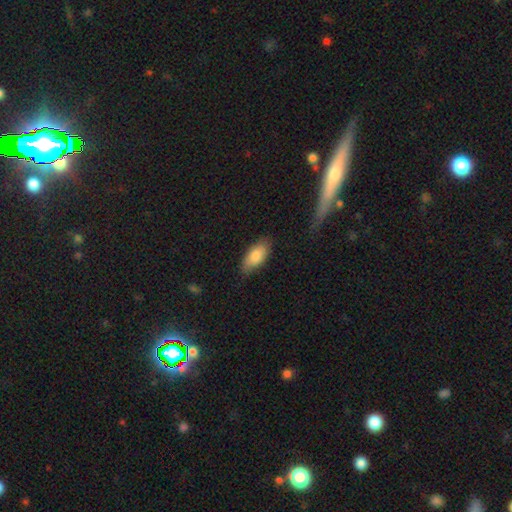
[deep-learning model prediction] Q: Smooth or featured?
A: smooth (84%); runner-up: featured or disk (10%)
Q: How rounded?
A: in between (87%); runner-up: cigar-shaped (10%)
Q: Merging?
A: none (79%); runner-up: minor disturbance (16%)